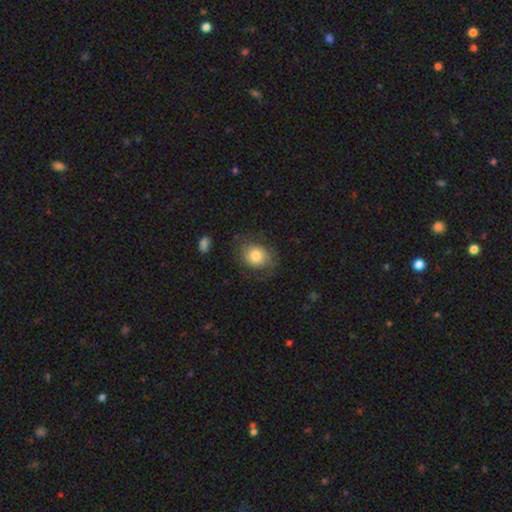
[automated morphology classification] smooth-or-featured: smooth: 68% | featured or disk: 24% | star or artifact: 8%
  how-rounded: round: 57% | in between: 42% | cigar-shaped: 1%
  merging: none: 64% | minor disturbance: 22% | major disturbance: 13% | merger: 2%